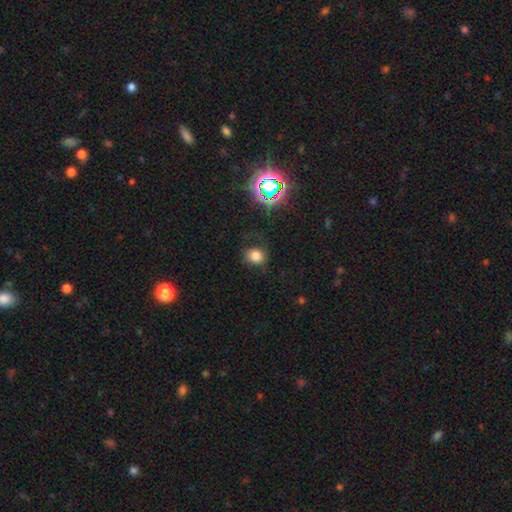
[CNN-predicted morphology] Q: Smooth or featured?
A: smooth (75%); runner-up: star or artifact (17%)
Q: How rounded?
A: round (72%); runner-up: in between (27%)
Q: Merging?
A: none (68%); runner-up: minor disturbance (19%)